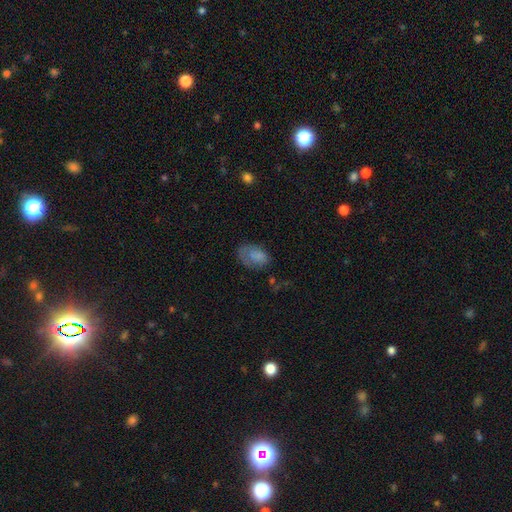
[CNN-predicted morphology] type=smooth (74%); roundness=in between (87%); merging=none (50%).